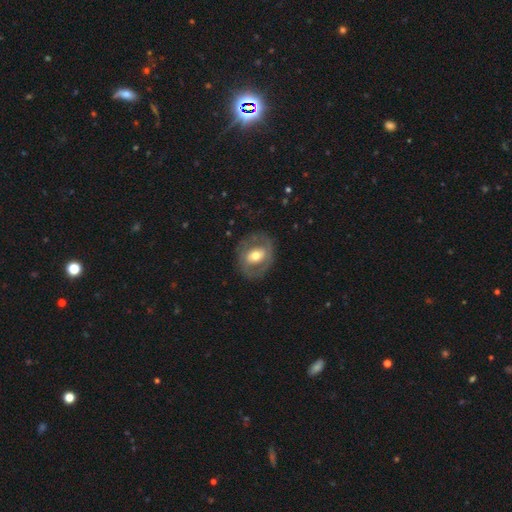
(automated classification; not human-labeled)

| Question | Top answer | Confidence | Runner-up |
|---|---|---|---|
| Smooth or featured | featured or disk | 55% | smooth (39%) |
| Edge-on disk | no | 94% | yes (6%) |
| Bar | no | 49% | weak (31%) |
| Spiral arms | no | 66% | yes (34%) |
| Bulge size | moderate | 68% | large (16%) |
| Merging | none | 76% | minor disturbance (14%) |